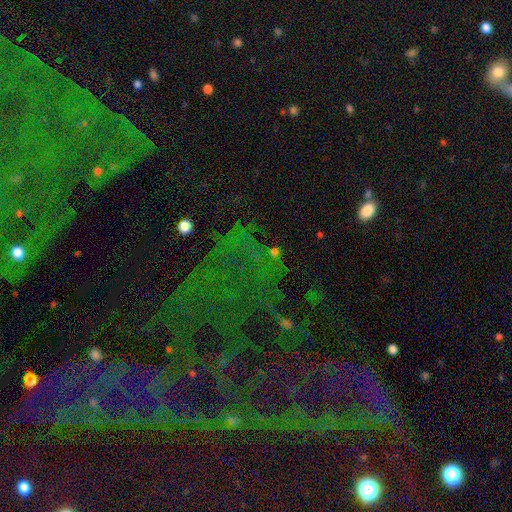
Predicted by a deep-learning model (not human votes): Smooth or featured? star or artifact (70%)